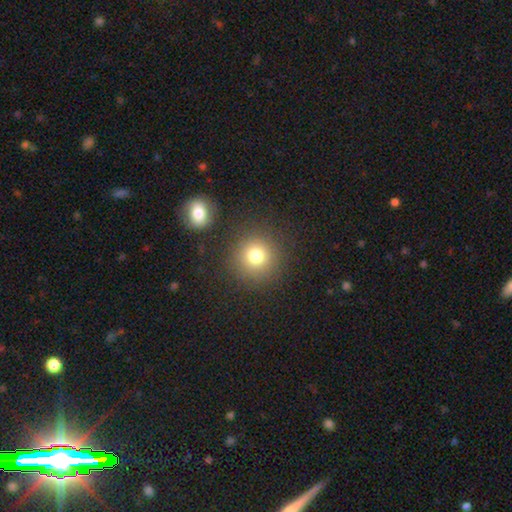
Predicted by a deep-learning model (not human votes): smooth-or-featured: smooth: 77% | star or artifact: 14% | featured or disk: 8%
  how-rounded: round: 94% | in between: 5% | cigar-shaped: 1%
  merging: none: 87% | minor disturbance: 7% | major disturbance: 4% | merger: 3%